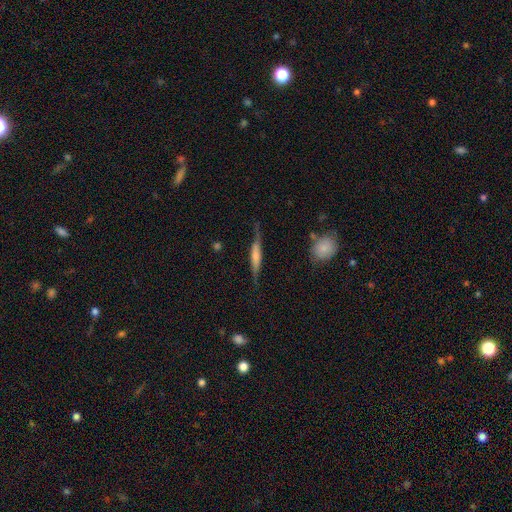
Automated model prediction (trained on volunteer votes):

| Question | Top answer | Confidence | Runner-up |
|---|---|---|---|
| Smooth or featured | featured or disk | 56% | smooth (38%) |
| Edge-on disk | yes | 88% | no (12%) |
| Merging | none | 70% | minor disturbance (21%) |